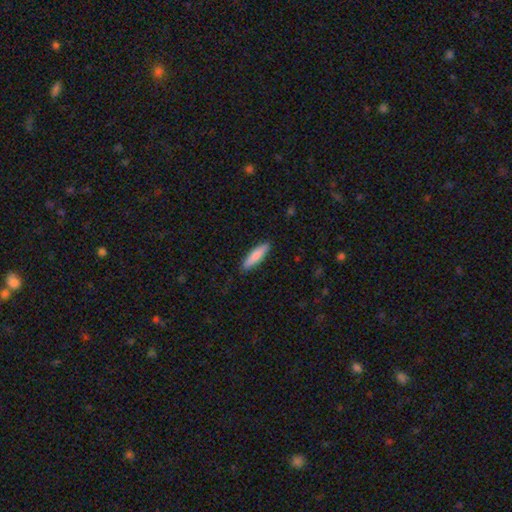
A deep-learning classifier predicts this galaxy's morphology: smooth 82%, featured or disk 13%, star or artifact 5%. Down the decision tree: how rounded — cigar-shaped (77%); merging — none (90%).